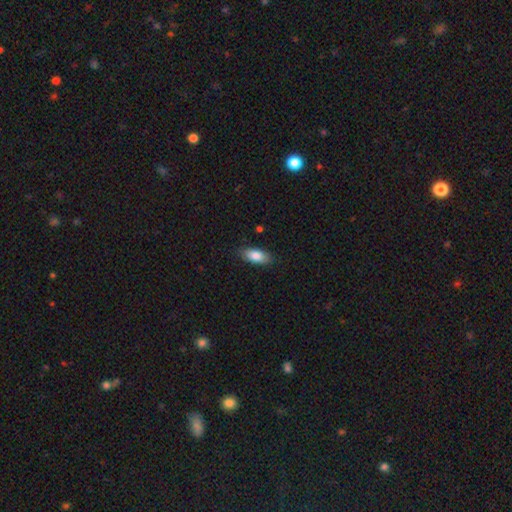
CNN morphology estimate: smooth-or-featured: smooth: 84% | featured or disk: 9% | star or artifact: 6%
  how-rounded: in between: 87% | cigar-shaped: 11% | round: 3%
  merging: none: 85% | minor disturbance: 12% | major disturbance: 2% | merger: 1%